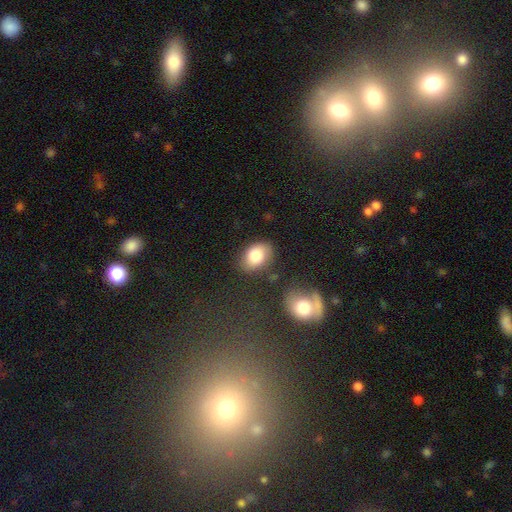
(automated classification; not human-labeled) A smooth galaxy with no disk features (81%) that is in between round and cigar-shaped (78%). Merging: none (77%).